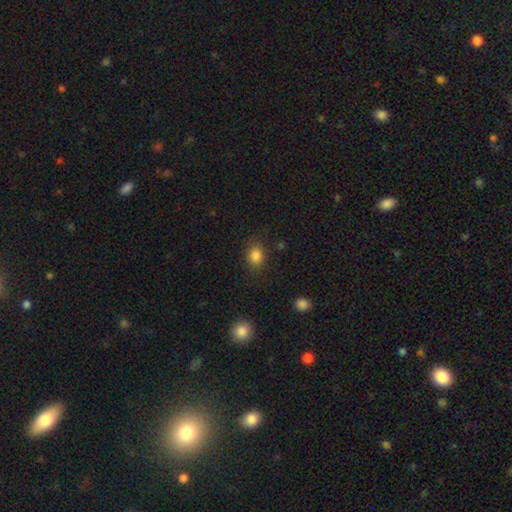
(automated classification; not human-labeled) A smooth galaxy with no disk features (84%) that is round (53%). Merging: none (82%).